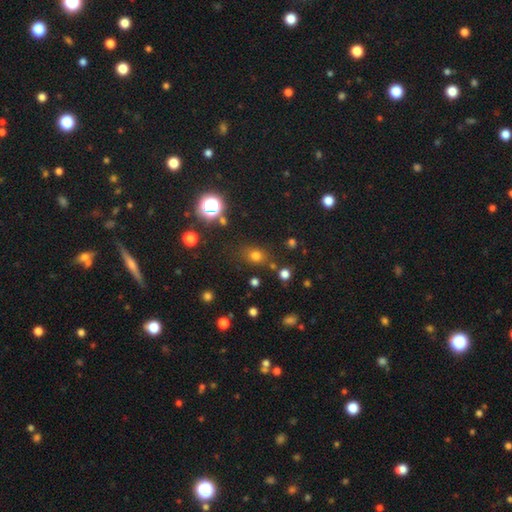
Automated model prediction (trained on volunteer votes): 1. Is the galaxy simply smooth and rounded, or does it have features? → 70% smooth, 22% star or artifact, 8% featured or disk.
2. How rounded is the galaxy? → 57% round, 42% in between, 2% cigar-shaped.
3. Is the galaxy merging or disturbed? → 76% none, 13% minor disturbance, 6% merger, 5% major disturbance.